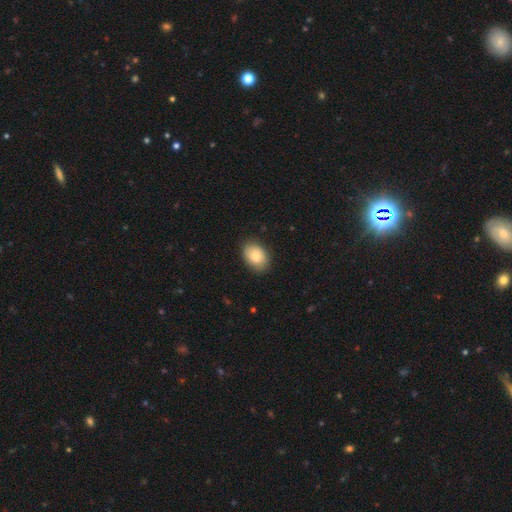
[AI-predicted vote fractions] Morphology: type=smooth (84%); roundness=in between (79%); merging=none (85%).